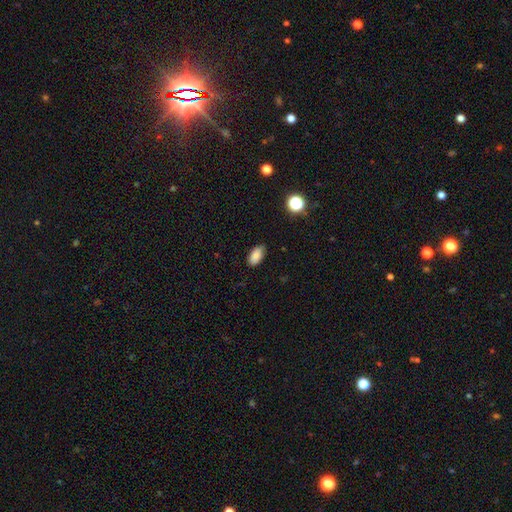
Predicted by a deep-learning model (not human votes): Overall: smooth (85%). How rounded: in between (93%). Merging: none (76%).